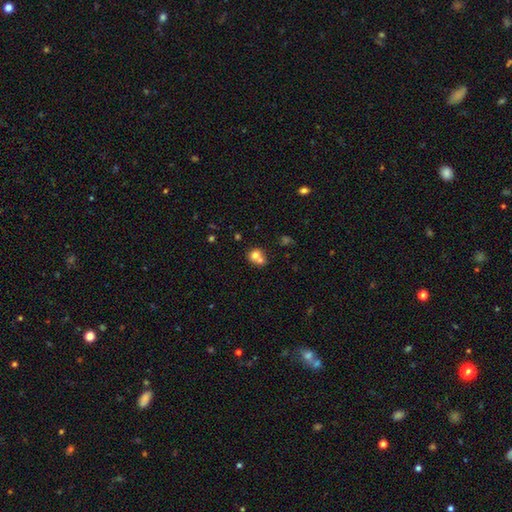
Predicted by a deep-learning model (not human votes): Q: Smooth or featured?
A: smooth (71%); runner-up: featured or disk (17%)
Q: How rounded?
A: round (72%); runner-up: in between (27%)
Q: Merging?
A: merger (60%); runner-up: none (30%)